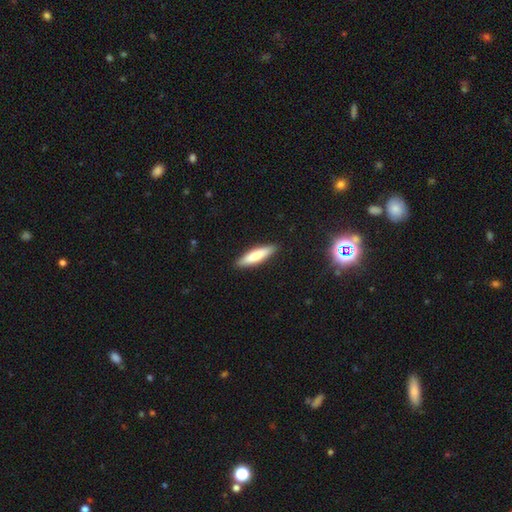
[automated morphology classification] type=smooth (76%); roundness=cigar-shaped (75%); merging=none (90%).